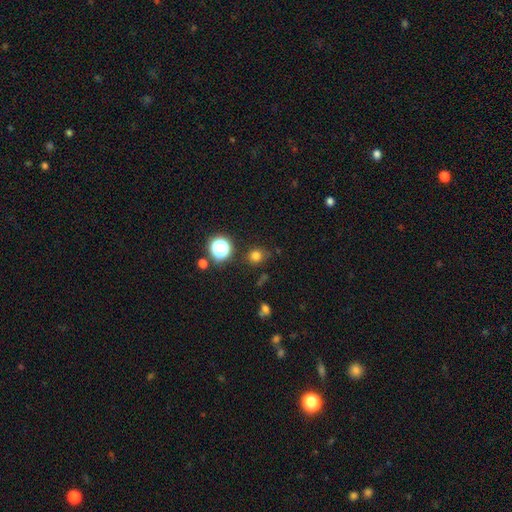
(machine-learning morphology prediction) smooth-or-featured: smooth: 75% | star or artifact: 19% | featured or disk: 5%
  how-rounded: round: 84% | in between: 15% | cigar-shaped: 1%
  merging: none: 80% | minor disturbance: 13% | major disturbance: 4% | merger: 3%